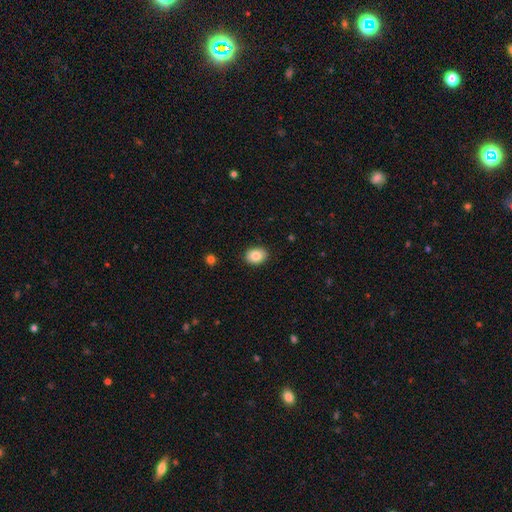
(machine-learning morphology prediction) Q: Smooth or featured?
A: smooth (85%); runner-up: star or artifact (8%)
Q: How rounded?
A: in between (58%); runner-up: round (41%)
Q: Merging?
A: none (90%); runner-up: minor disturbance (8%)